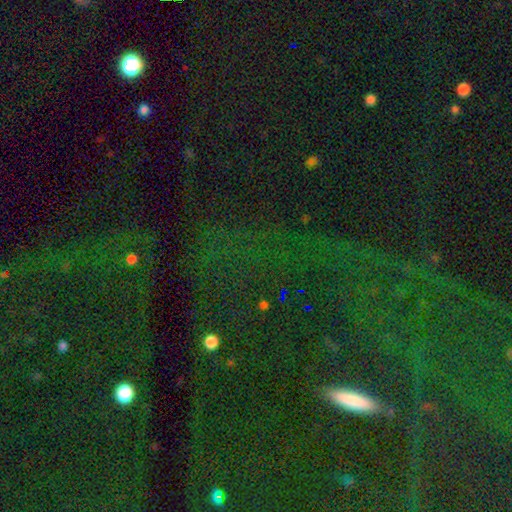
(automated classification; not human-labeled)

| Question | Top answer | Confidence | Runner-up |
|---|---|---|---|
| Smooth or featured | star or artifact | 71% | smooth (17%) |